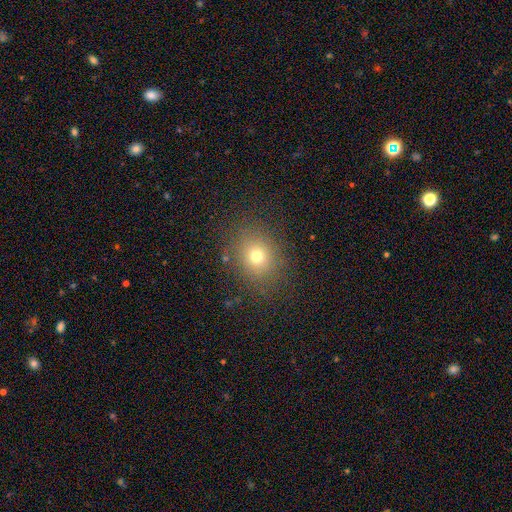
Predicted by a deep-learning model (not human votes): Overall: smooth (71%). How rounded: round (71%). Merging: none (85%).